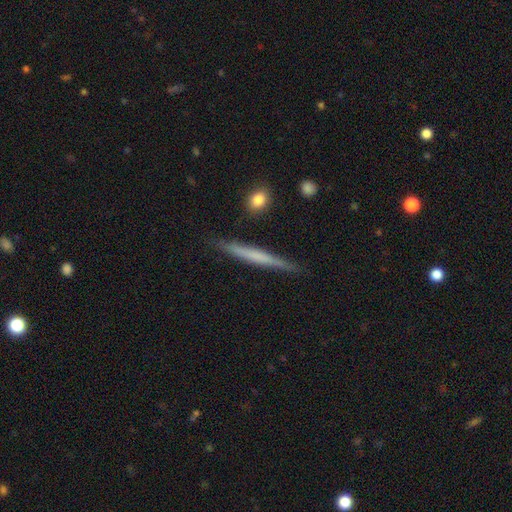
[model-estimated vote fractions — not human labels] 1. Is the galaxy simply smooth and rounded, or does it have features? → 47% featured or disk (tied), 47% smooth (tied), 6% star or artifact.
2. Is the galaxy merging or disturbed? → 86% none, 10% minor disturbance, 2% major disturbance, 2% merger.